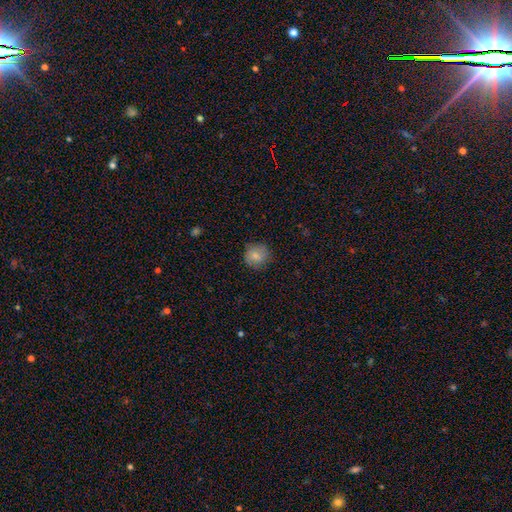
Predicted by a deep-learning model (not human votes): A smooth galaxy with no disk features (79%) that is round (89%).

Vote fractions:
- Smooth or featured? smooth: 79% / featured or disk: 12% / star or artifact: 9%
- How rounded? round: 89% / in between: 10% / cigar-shaped: 1%
- Merging? none: 84% / minor disturbance: 13% / major disturbance: 3% / merger: 1%